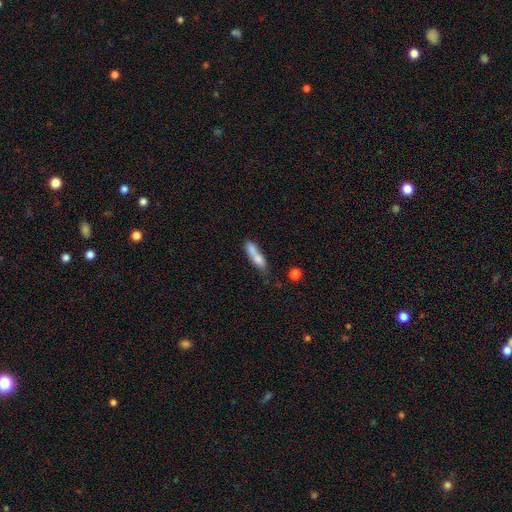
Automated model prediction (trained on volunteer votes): Overall: smooth (71%). How rounded: cigar-shaped (70%). Merging: none (42%; merger 30%).